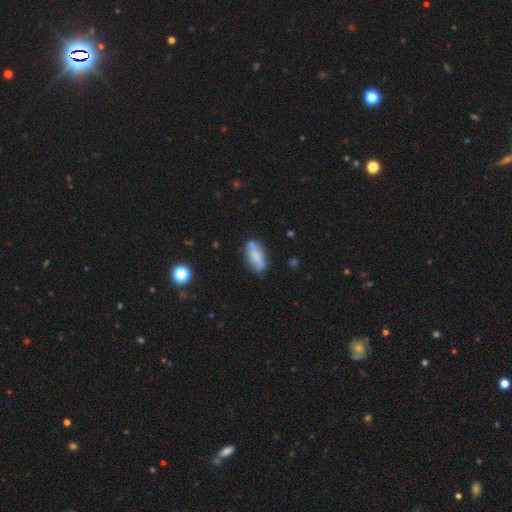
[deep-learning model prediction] This appears to be a smooth galaxy with no disk features (71%) that is in between round and cigar-shaped (72%). Merging: none (70%).